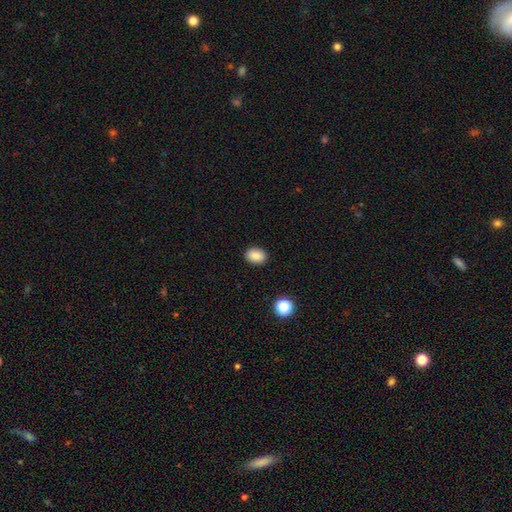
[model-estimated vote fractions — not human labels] smooth_or_featured: smooth (p=0.87) [alt: star or artifact p=0.09]
how_rounded: in between (p=0.76) [alt: round p=0.23]
merging: none (p=0.90) [alt: minor disturbance p=0.07]